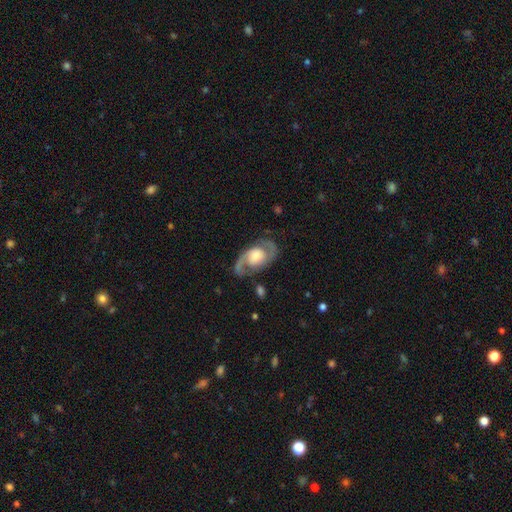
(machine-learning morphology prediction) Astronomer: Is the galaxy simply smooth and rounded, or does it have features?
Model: featured or disk — 86%.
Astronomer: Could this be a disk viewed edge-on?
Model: no — 96%.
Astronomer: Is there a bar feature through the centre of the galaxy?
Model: no — 63%.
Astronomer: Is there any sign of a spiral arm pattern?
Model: yes — 94%.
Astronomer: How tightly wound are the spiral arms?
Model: medium — 55%.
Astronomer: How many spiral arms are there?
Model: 2 — 91%.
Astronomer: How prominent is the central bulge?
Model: moderate — 39%, tied with large at 39%.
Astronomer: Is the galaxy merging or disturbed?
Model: none — 78%.